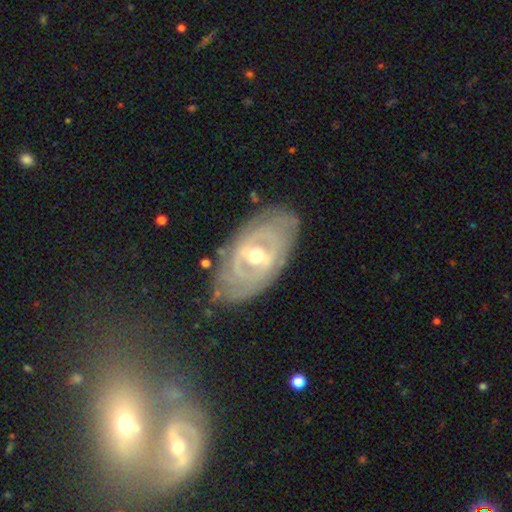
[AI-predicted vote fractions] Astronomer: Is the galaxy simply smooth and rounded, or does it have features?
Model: featured or disk — 84%.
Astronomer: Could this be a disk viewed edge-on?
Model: no — 92%.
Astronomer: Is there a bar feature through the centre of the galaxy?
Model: weak — 43% (runner-up: strong, 32%).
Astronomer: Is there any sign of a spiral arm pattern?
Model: yes — 75%.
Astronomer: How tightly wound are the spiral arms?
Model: tight — 72%.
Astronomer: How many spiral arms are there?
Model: can't tell — 49% (runner-up: 2, 30%).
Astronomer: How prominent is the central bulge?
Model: moderate — 64%.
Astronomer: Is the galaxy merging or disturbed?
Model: none — 75%.